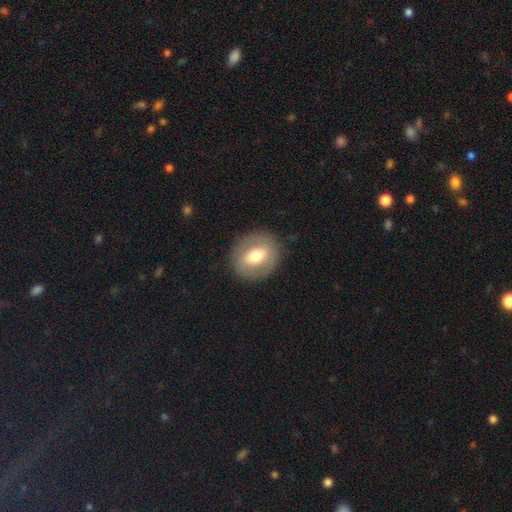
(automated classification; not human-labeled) Morphology: type=smooth (53%); roundness=round (67%); merging=none (86%).